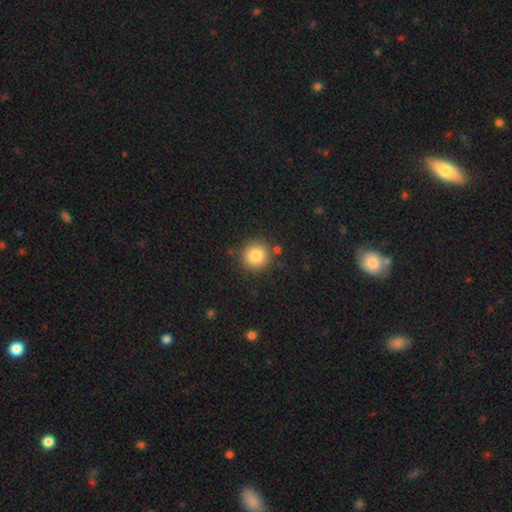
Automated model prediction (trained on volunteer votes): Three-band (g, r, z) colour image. It shows a smooth galaxy with no disk features (83%) that is round (94%). Merging: none (85%).